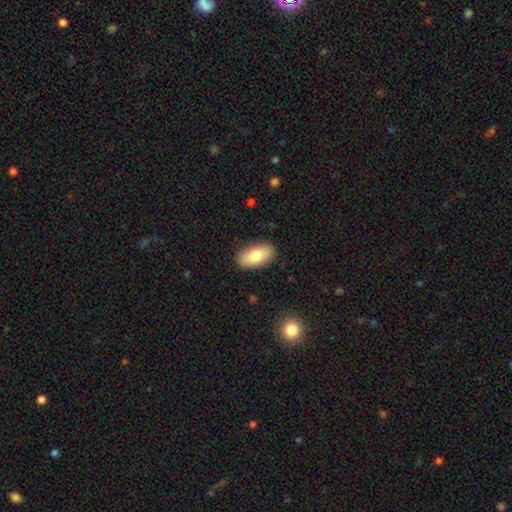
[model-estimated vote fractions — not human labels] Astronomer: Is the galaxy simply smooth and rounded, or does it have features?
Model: smooth — 77%.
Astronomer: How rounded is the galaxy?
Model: in between — 92%.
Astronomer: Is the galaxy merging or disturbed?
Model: none — 88%.